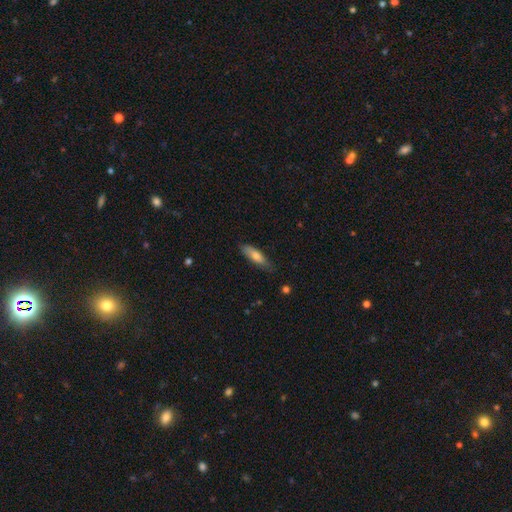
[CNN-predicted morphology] This appears to be a smooth galaxy with no disk features (70%) that is cigar-shaped (55%). Merging: none (76%).